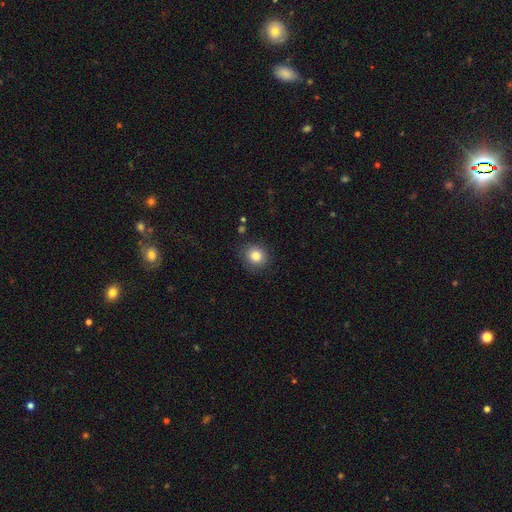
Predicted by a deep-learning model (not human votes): Morphology: type=smooth (83%); roundness=round (82%); merging=none (85%).